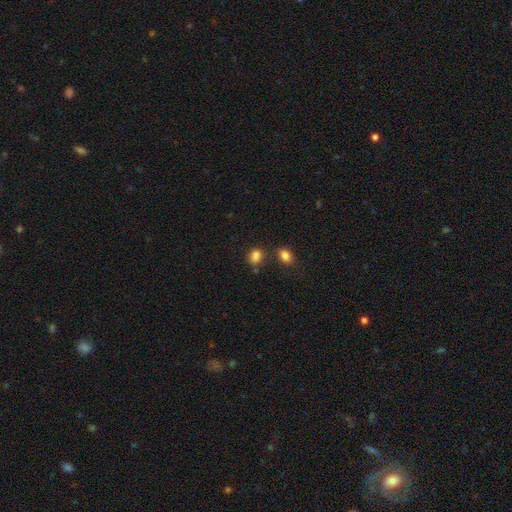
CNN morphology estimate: smooth-or-featured: smooth: 83% | star or artifact: 12% | featured or disk: 5%
  how-rounded: in between: 52% | round: 47% | cigar-shaped: 1%
  merging: none: 65% | merger: 15% | minor disturbance: 15% | major disturbance: 5%